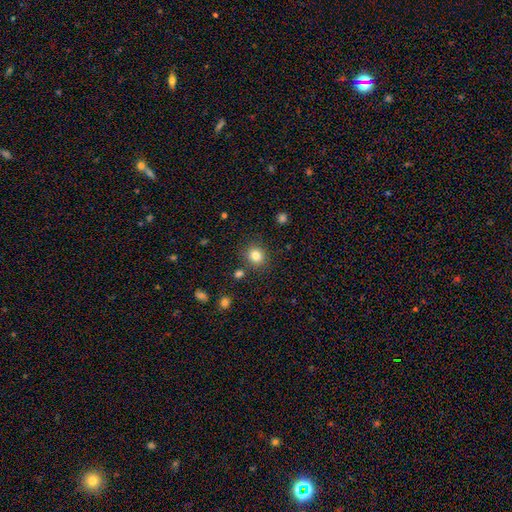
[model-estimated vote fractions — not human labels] This appears to be a smooth galaxy with no disk features (82%) that is round (78%). Merging: none (83%).